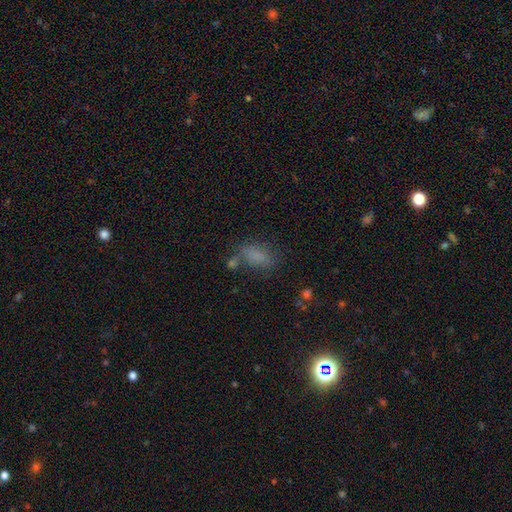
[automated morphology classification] type=smooth (73%); roundness=in between (85%); merging=none (53%).